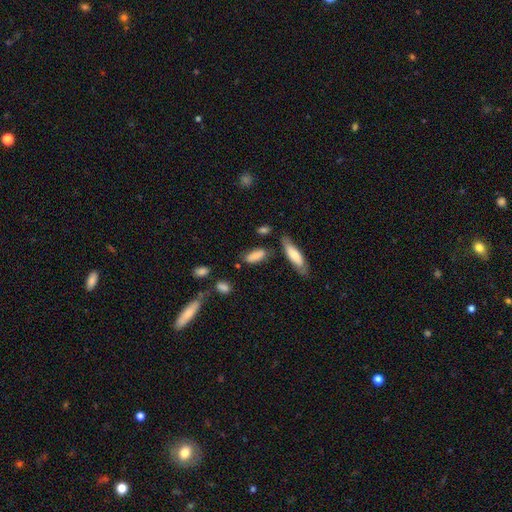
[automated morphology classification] Smooth or featured? Predicted: smooth (p=0.80). How rounded? Predicted: in between (p=0.68). Merging? Predicted: none (p=0.70).